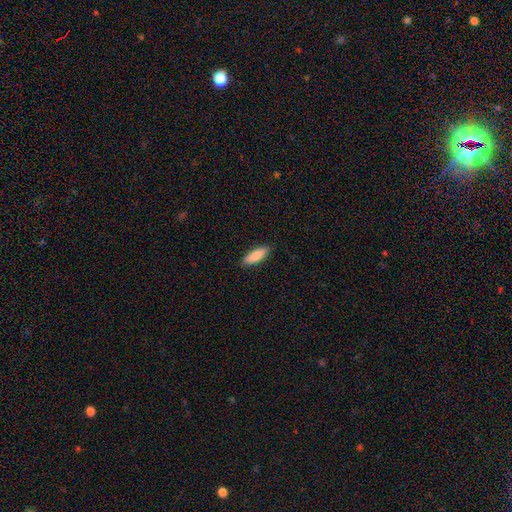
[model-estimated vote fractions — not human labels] Overall: smooth (85%). How rounded: in between (55%; cigar-shaped 43%). Merging: none (88%).